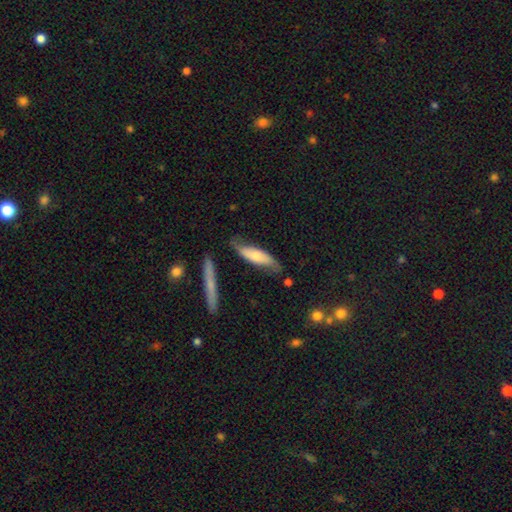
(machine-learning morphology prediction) The model was most divided on "smooth or featured": smooth: 54%, featured or disk: 40%, star or artifact: 5%. More confident: merging — none (66%); how rounded — cigar-shaped (58%).